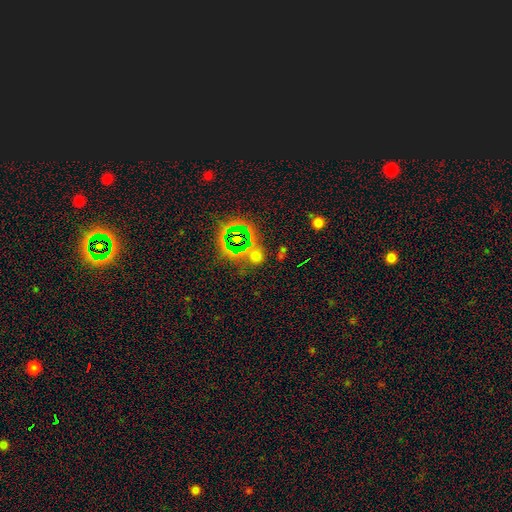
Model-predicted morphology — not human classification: This is possibly a star or artifact rather than a galaxy (51%).